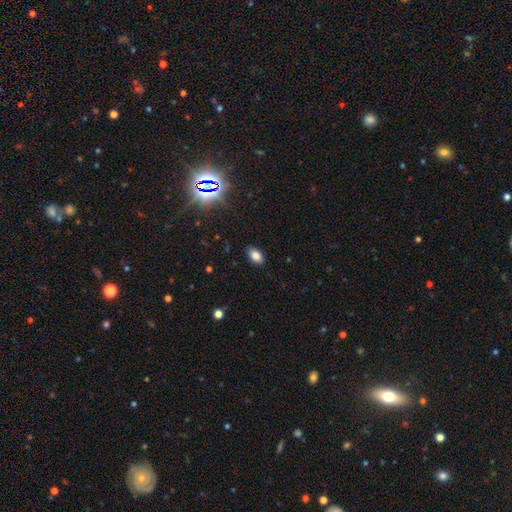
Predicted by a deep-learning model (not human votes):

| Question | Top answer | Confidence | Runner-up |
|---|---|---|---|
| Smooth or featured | smooth | 83% | star or artifact (11%) |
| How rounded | in between | 90% | round (8%) |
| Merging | none | 87% | minor disturbance (9%) |